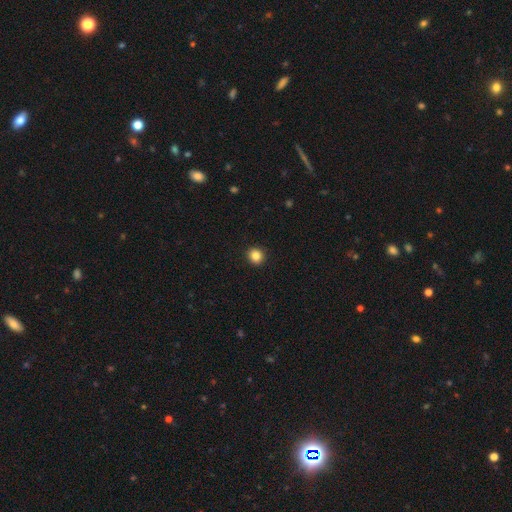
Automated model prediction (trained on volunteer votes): Overall: smooth (86%). How rounded: round (86%). Merging: none (92%).